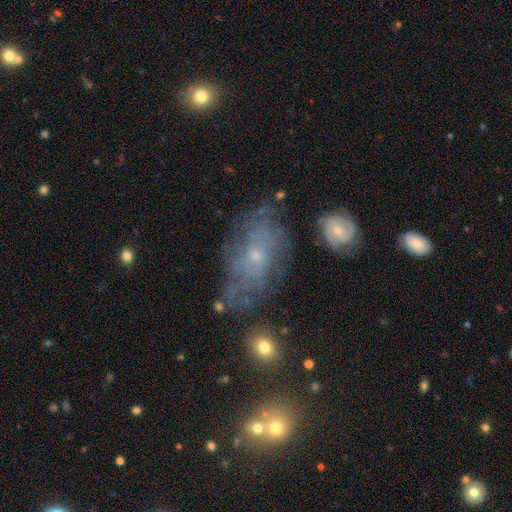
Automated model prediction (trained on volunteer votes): featured or disk 63%, smooth 23%, star or artifact 15%. Down the decision tree: edge-on disk — no (92%); bar — no (73%); spiral arms — yes (75%); bulge size — small (70%); merging — none (64%).